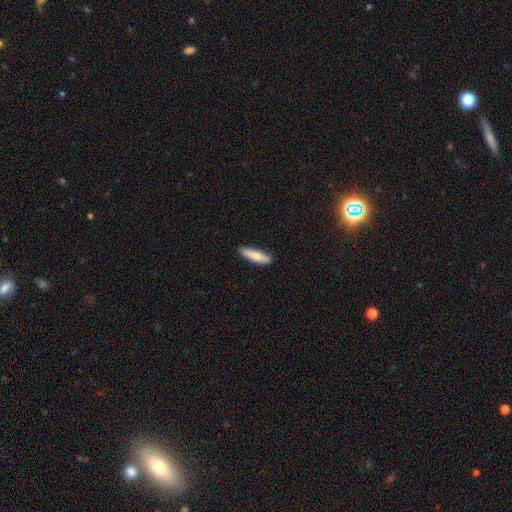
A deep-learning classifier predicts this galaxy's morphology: This is likely a smooth galaxy (77%). How rounded: likely cigar-shaped (71%). Merging: clearly none (89%).